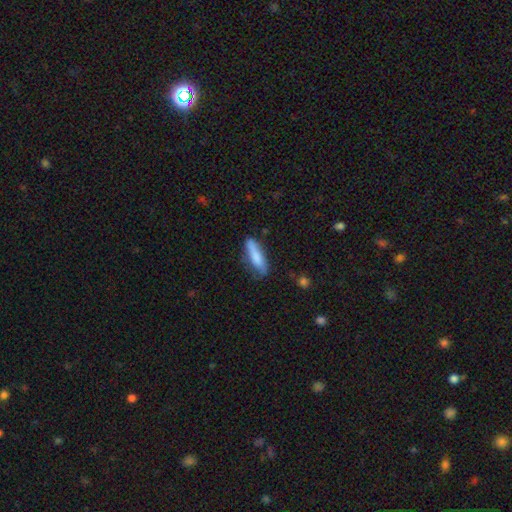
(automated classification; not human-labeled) The model was most divided on "how rounded": cigar-shaped: 65%, in between: 33%, round: 2%. More confident: smooth or featured — smooth (78%); merging — none (64%).